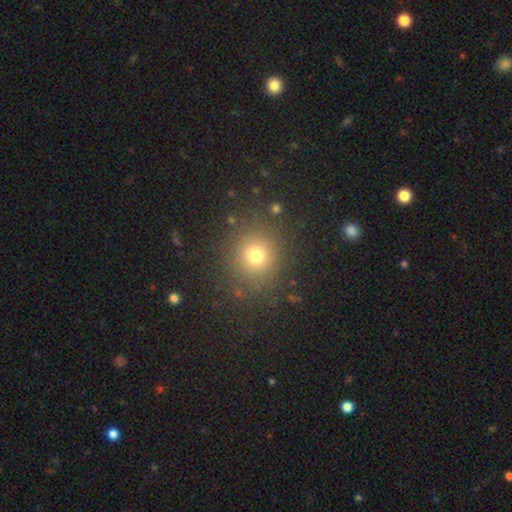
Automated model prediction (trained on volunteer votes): This appears to be a smooth galaxy with no disk features (72%) that is round (86%). Merging: none (84%).